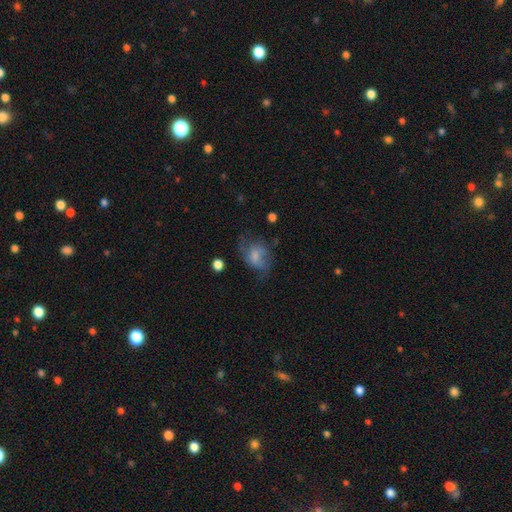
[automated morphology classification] Smooth or featured: smooth — 58% (featured or disk — 31%)
How rounded: in between — 63% (round — 35%)
Merging: none — 39% (major disturbance — 30%)